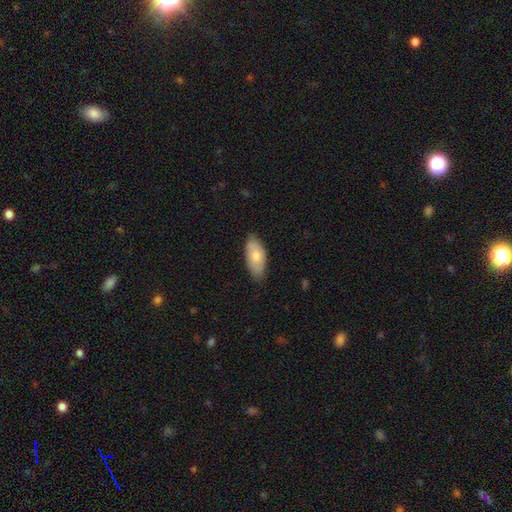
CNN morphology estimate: This is likely a smooth galaxy (71%). How rounded: clearly in between (91%). Merging: likely none (74%).